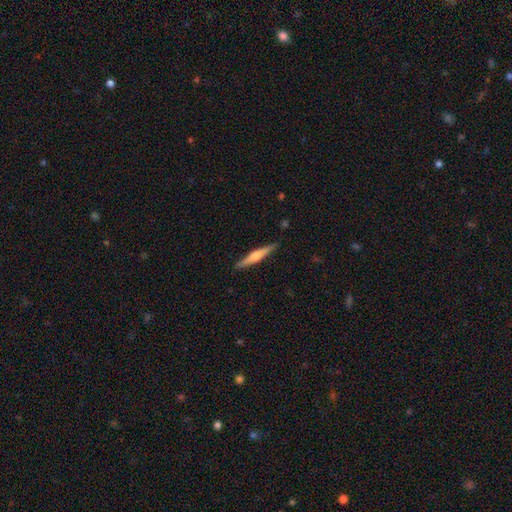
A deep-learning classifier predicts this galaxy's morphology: Q: Smooth or featured?
A: featured or disk (59%); runner-up: smooth (36%)
Q: Edge-on disk?
A: yes (97%); runner-up: no (3%)
Q: Edge-on bulge?
A: rounded (86%); runner-up: none (8%)
Q: Merging?
A: none (89%); runner-up: minor disturbance (9%)